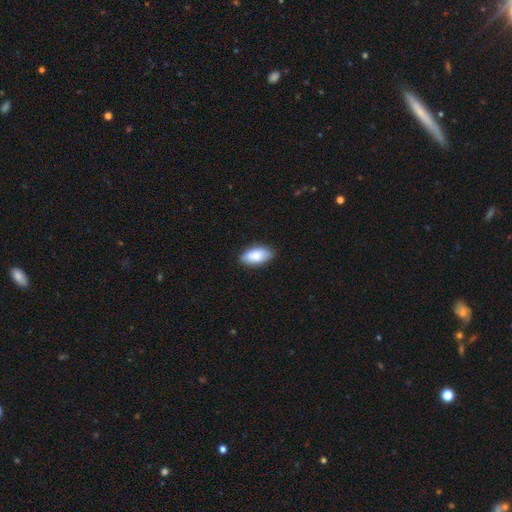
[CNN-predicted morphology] smooth 83%, featured or disk 11%, star or artifact 6%. Down the decision tree: how rounded — in between (94%); merging — none (83%).